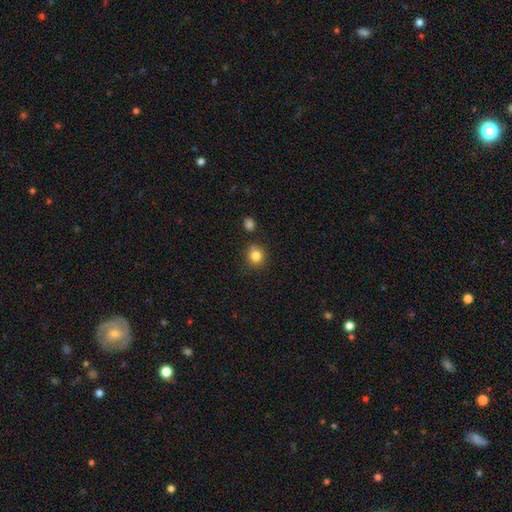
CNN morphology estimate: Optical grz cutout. It shows a smooth galaxy with no disk features (83%) that is round (87%). Merging: none (78%).